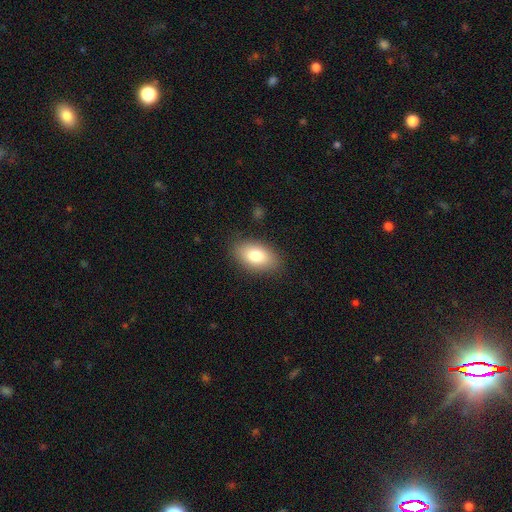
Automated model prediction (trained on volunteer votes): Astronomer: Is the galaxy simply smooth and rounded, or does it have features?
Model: smooth — 81%.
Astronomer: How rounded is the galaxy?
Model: in between — 92%.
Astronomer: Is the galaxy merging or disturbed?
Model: none — 85%.